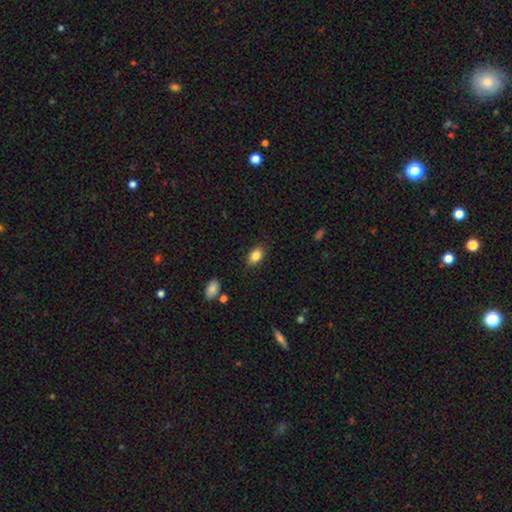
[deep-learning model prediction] smooth-or-featured: smooth: 84% | star or artifact: 9% | featured or disk: 7%
  how-rounded: in between: 84% | round: 15% | cigar-shaped: 2%
  merging: none: 86% | minor disturbance: 10% | major disturbance: 3% | merger: 1%